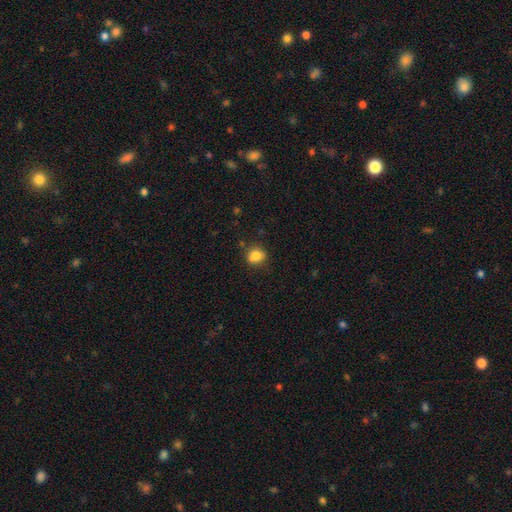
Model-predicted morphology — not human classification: Q: Smooth or featured?
A: smooth (82%); runner-up: star or artifact (11%)
Q: How rounded?
A: round (70%); runner-up: in between (28%)
Q: Merging?
A: none (80%); runner-up: minor disturbance (15%)